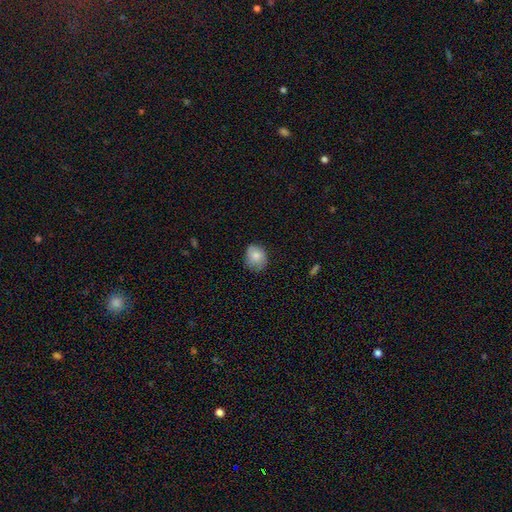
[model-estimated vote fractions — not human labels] smooth_or_featured: smooth (p=0.81) [alt: featured or disk p=0.10]
how_rounded: round (p=0.61) [alt: in between p=0.38]
merging: none (p=0.73) [alt: minor disturbance p=0.22]